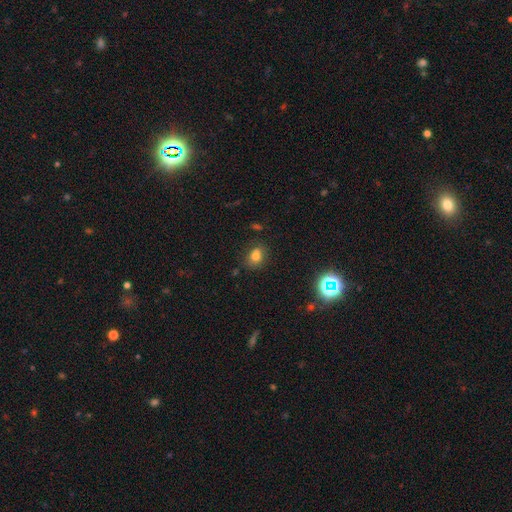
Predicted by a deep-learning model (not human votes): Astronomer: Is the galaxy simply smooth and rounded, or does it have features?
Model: smooth — 76%.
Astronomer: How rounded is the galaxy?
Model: in between — 53% (runner-up: round, 46%).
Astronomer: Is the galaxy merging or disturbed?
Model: none — 72%.